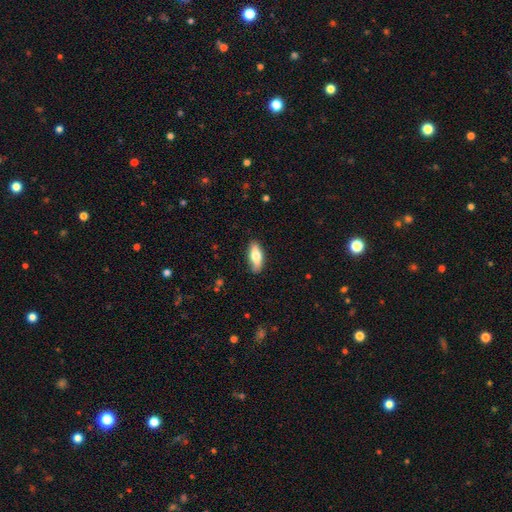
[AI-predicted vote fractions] This appears to be a smooth galaxy with no disk features (71%) that is in between round and cigar-shaped (73%). Merging: none (83%).